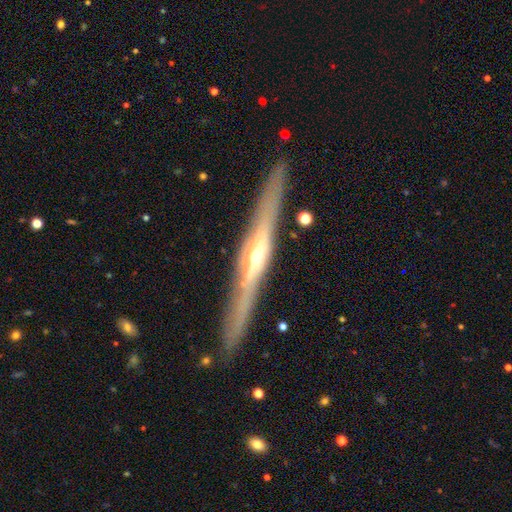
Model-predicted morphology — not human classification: Q: Smooth or featured?
A: featured or disk (78%); runner-up: smooth (16%)
Q: Edge-on disk?
A: yes (94%); runner-up: no (6%)
Q: Edge-on bulge?
A: rounded (87%); runner-up: none (8%)
Q: Merging?
A: none (84%); runner-up: minor disturbance (11%)